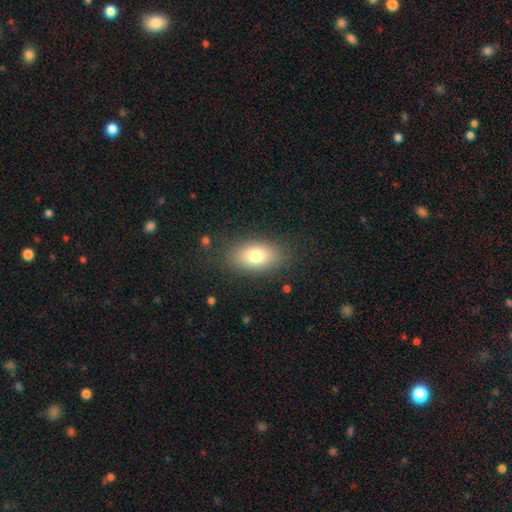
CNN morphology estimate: Q: Smooth or featured?
A: smooth (77%); runner-up: featured or disk (13%)
Q: How rounded?
A: in between (87%); runner-up: round (10%)
Q: Merging?
A: none (83%); runner-up: minor disturbance (11%)